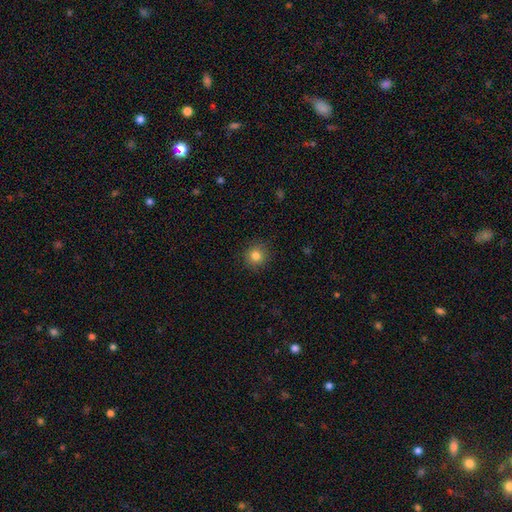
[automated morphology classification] Smooth or featured? Predicted: smooth (p=0.82). How rounded? Predicted: round (p=0.91). Merging? Predicted: none (p=0.90).